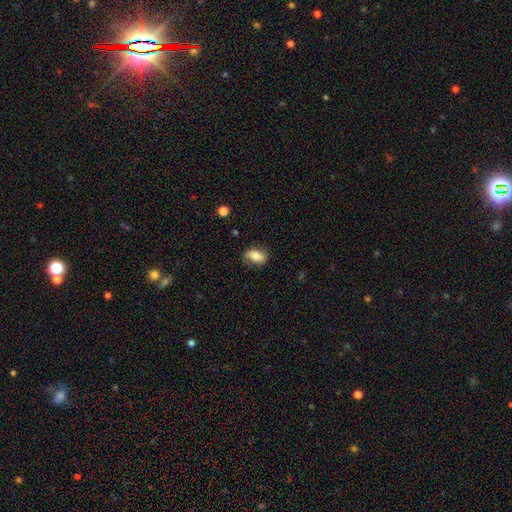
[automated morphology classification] smooth 78%, featured or disk 14%, star or artifact 8%. Down the decision tree: how rounded — in between (87%); merging — none (71%).